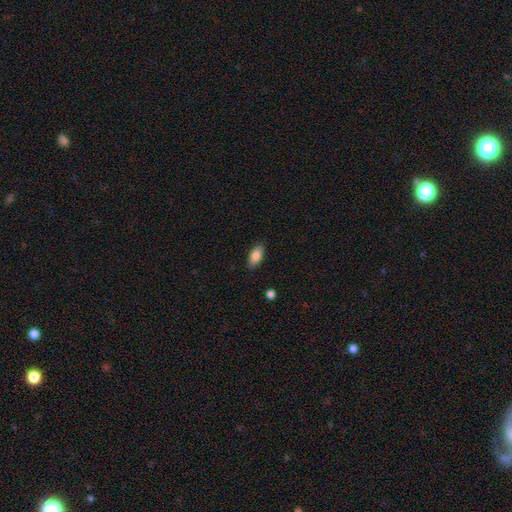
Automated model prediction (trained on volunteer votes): Overall: smooth (84%). How rounded: in between (88%). Merging: none (87%).